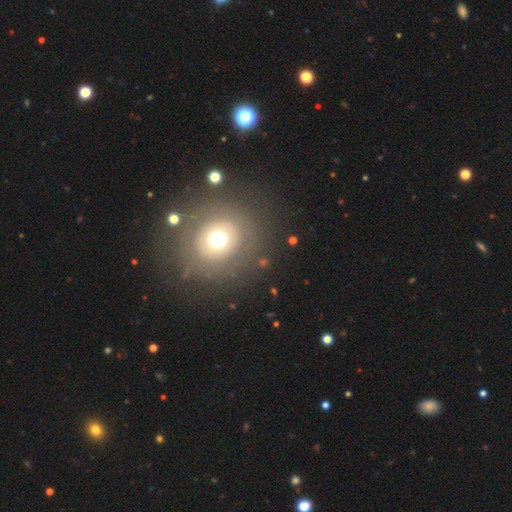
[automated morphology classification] Smooth or featured? Predicted: smooth (p=0.53). How rounded? Predicted: round (p=0.80). Merging? Predicted: none (p=0.86).